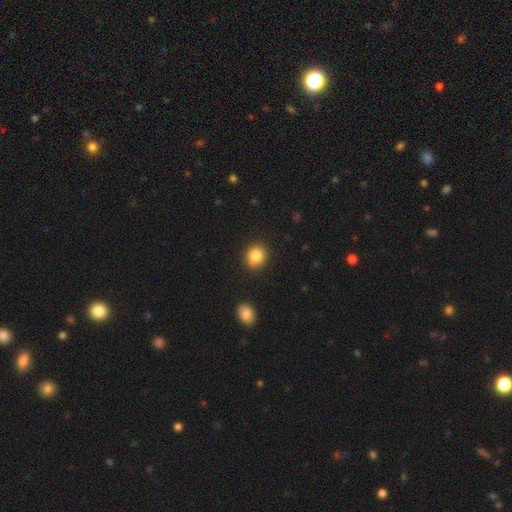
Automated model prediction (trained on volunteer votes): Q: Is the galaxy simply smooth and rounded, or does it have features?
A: smooth — 85%.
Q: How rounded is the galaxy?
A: round — 74%.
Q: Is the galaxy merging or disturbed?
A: none — 87%.